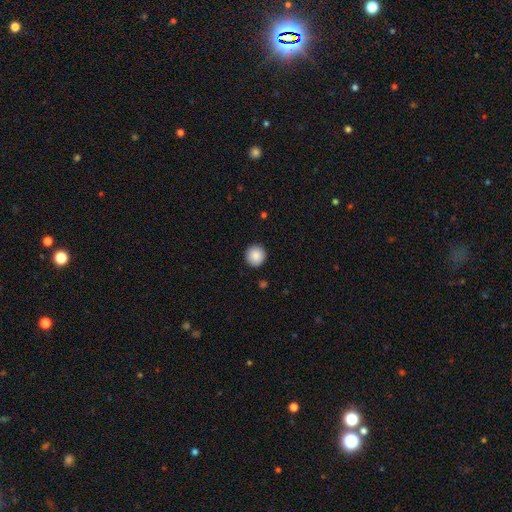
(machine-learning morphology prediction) Overall: smooth (89%). How rounded: round (94%). Merging: none (92%).